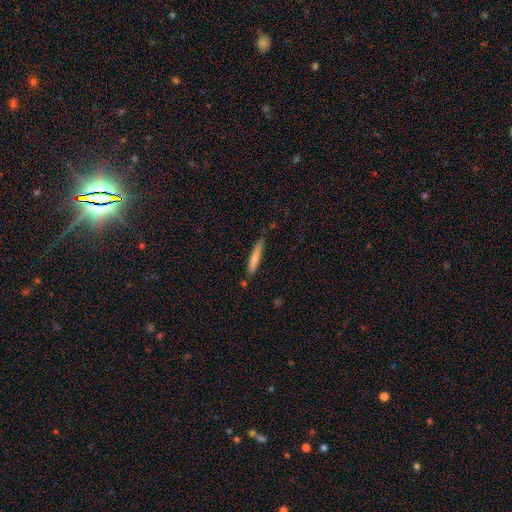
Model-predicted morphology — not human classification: The model was most divided on "smooth or featured": smooth: 62%, featured or disk: 31%, star or artifact: 7%. More confident: how rounded — cigar-shaped (94%); merging — none (78%).